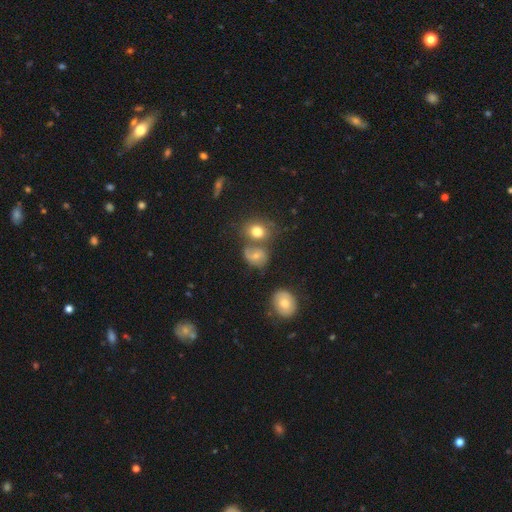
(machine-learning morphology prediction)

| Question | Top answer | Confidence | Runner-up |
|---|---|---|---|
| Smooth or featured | smooth | 58% | featured or disk (28%) |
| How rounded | round | 59% | in between (40%) |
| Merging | none | 50% | merger (23%) |